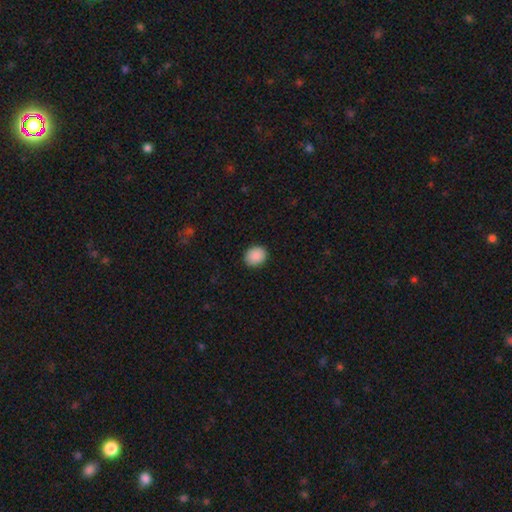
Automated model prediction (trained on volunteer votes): smooth 90%, star or artifact 8%, featured or disk 3%. Down the decision tree: how rounded — round (62%); merging — none (90%).